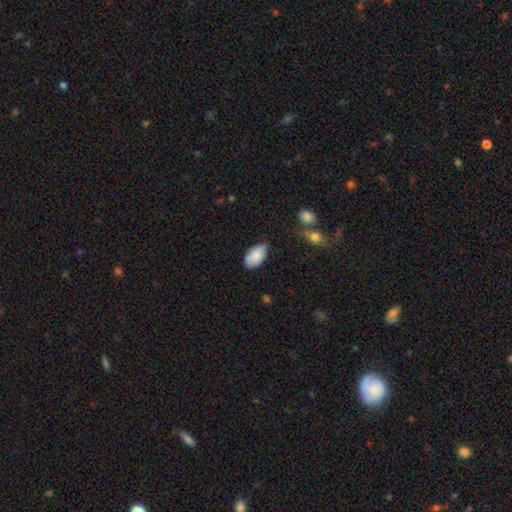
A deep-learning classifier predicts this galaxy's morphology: smooth_or_featured: smooth (p=0.84) [alt: featured or disk p=0.10]
how_rounded: in between (p=0.95) [alt: round p=0.03]
merging: none (p=0.74) [alt: minor disturbance p=0.21]